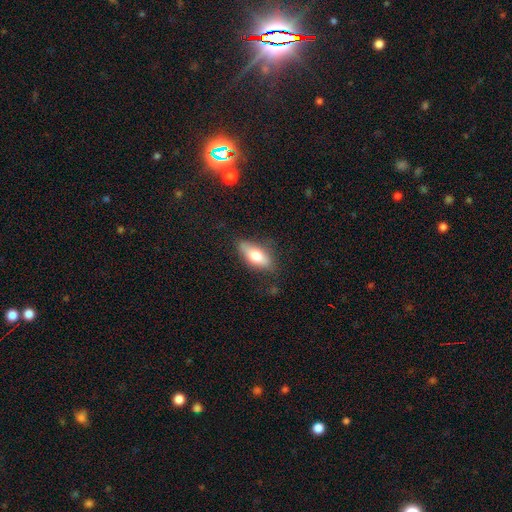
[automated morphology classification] Smooth or featured?
  - smooth: 66% *
  - featured or disk: 27%
  - star or artifact: 7%
How rounded?
  - in between: 76% *
  - cigar-shaped: 19%
  - round: 4%
Merging?
  - none: 76% *
  - minor disturbance: 18%
  - major disturbance: 4%
  - merger: 2%